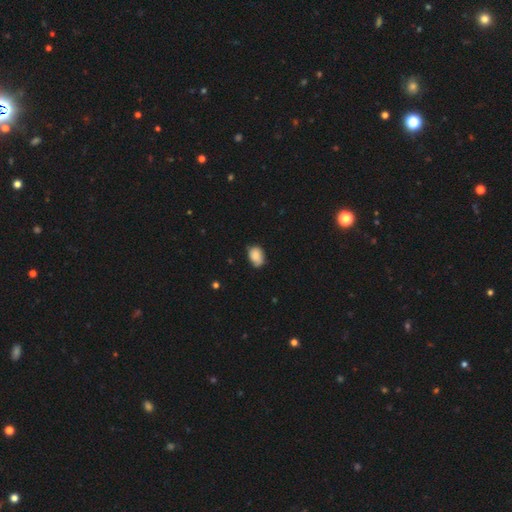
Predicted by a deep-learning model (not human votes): smooth-or-featured: smooth: 86% | star or artifact: 8% | featured or disk: 6%
  how-rounded: in between: 79% | round: 19% | cigar-shaped: 1%
  merging: none: 63% | minor disturbance: 31% | major disturbance: 5% | merger: 2%